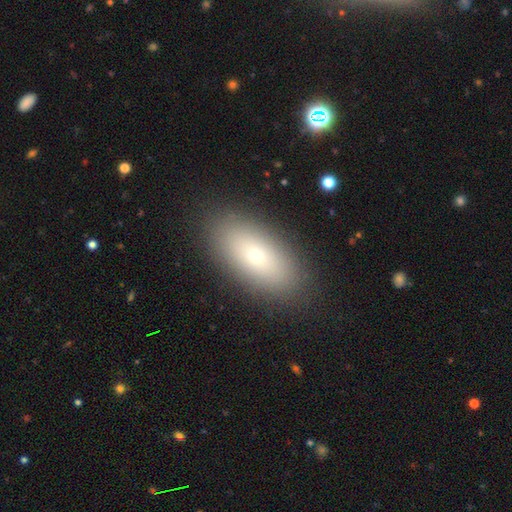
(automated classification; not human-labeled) smooth_or_featured: smooth (p=0.71) [alt: featured or disk p=0.19]
how_rounded: in between (p=0.87) [alt: cigar-shaped p=0.08]
merging: none (p=0.87) [alt: minor disturbance p=0.09]